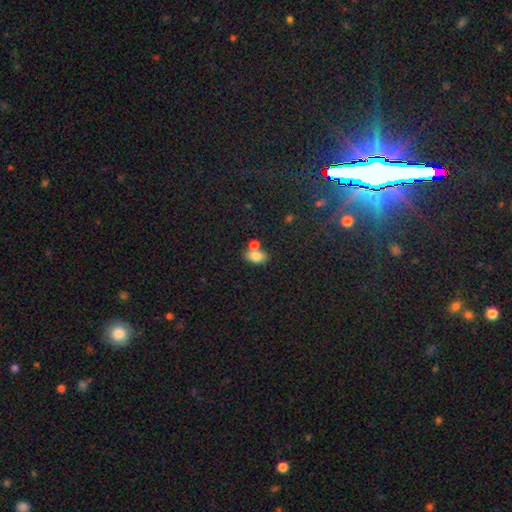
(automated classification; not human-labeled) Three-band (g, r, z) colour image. It shows a smooth galaxy with no disk features (80%) that is in between round and cigar-shaped (84%). Merging: none (51%).